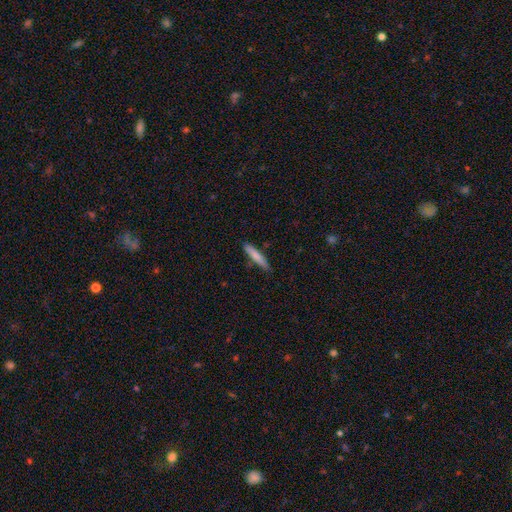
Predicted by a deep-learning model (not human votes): Morphology: type=smooth (77%); roundness=cigar-shaped (91%); merging=none (82%).